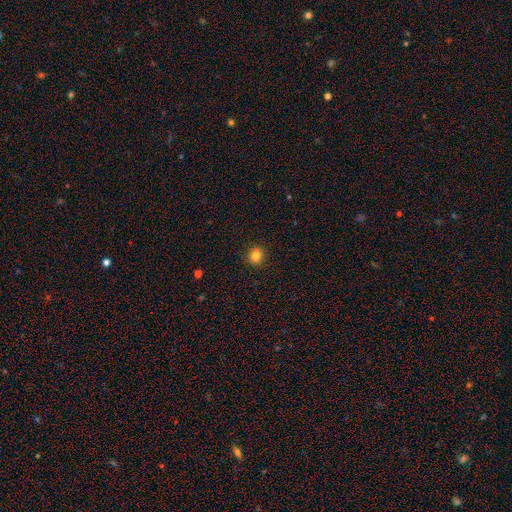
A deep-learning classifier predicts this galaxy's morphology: smooth-or-featured: smooth: 82% | star or artifact: 12% | featured or disk: 5%
  how-rounded: round: 88% | in between: 11% | cigar-shaped: 1%
  merging: none: 91% | minor disturbance: 6% | major disturbance: 2% | merger: 1%